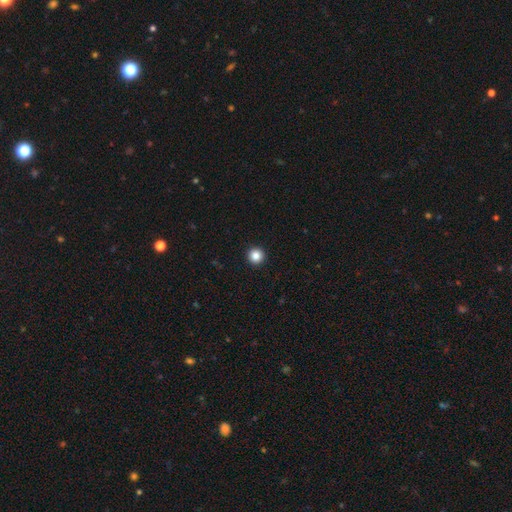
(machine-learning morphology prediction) A smooth galaxy with no disk features (86%) that is round (96%). Merging: none (94%).